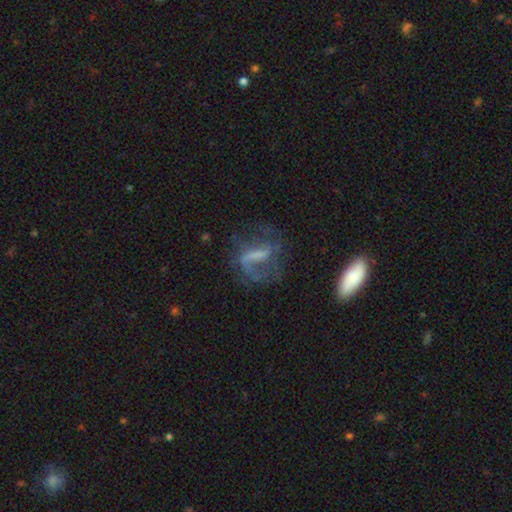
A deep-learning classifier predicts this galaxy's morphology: Smooth or featured: featured or disk — 63% (smooth — 24%)
Edge-on disk: no — 93% (yes — 7%)
Bar: strong — 40% (weak — 35%)
Spiral arms: yes — 70% (no — 30%)
Bulge size: none — 50% (small — 24%)
Merging: none — 44% (major disturbance — 33%)